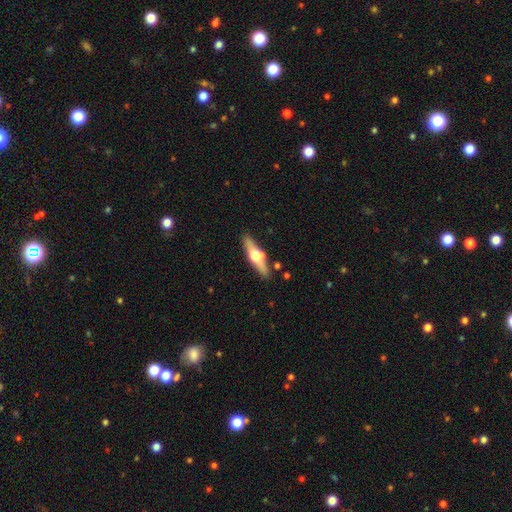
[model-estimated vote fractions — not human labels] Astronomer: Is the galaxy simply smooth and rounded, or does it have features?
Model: featured or disk — 60%.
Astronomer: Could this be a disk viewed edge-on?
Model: yes — 93%.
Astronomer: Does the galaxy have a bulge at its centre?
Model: rounded — 95%.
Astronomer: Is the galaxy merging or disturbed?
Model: none — 81%.